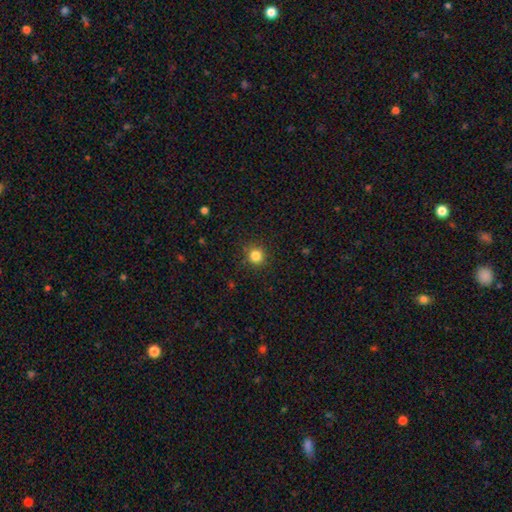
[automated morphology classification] smooth-or-featured: smooth: 83% | star or artifact: 12% | featured or disk: 4%
  how-rounded: round: 93% | in between: 6% | cigar-shaped: 1%
  merging: none: 90% | minor disturbance: 7% | major disturbance: 2% | merger: 1%